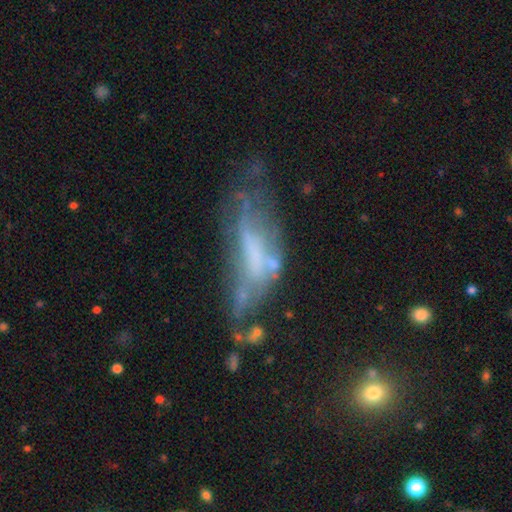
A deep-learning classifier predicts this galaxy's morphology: This is possibly a featured or disk galaxy (56%). It is likely not viewed edge-on (80%). Merging: marginally major disturbance (36%).